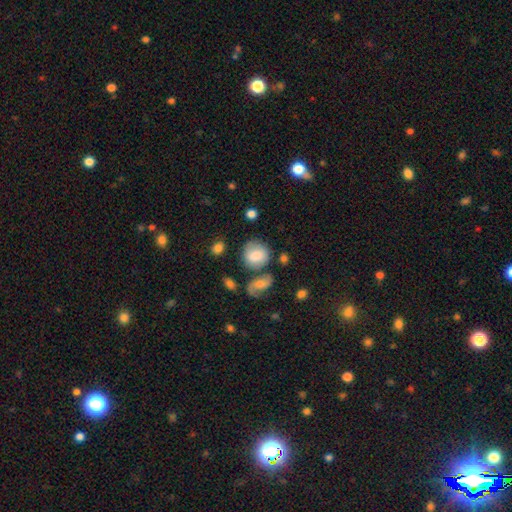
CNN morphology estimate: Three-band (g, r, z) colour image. It shows a smooth galaxy with no disk features (77%) that is round (78%). Merging: none (64%).